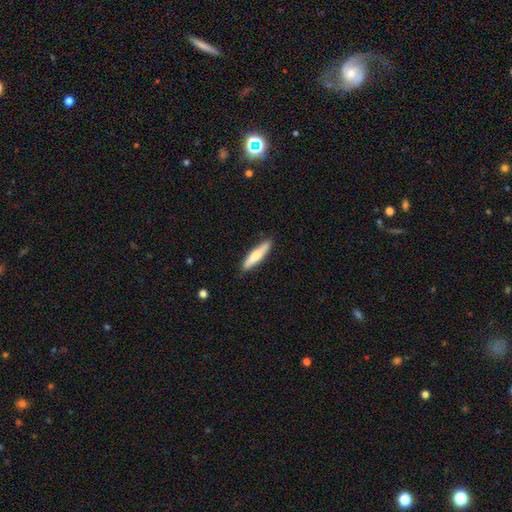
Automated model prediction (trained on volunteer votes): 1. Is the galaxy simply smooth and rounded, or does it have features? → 61% smooth, 34% featured or disk, 5% star or artifact.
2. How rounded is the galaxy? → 85% cigar-shaped, 13% in between, 1% round.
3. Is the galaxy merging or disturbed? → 88% none, 9% minor disturbance, 2% major disturbance, 1% merger.